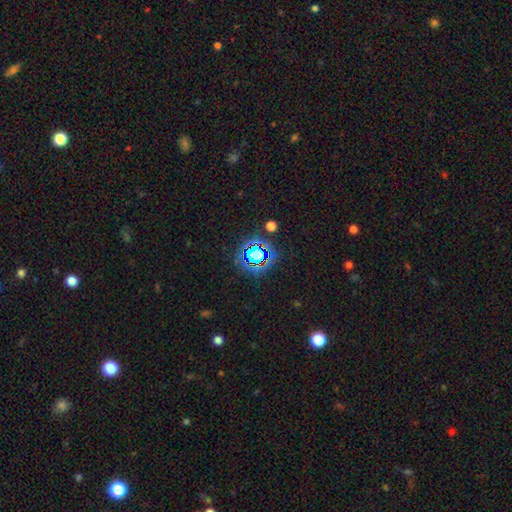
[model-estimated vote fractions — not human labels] Smooth or featured? star or artifact (69%)